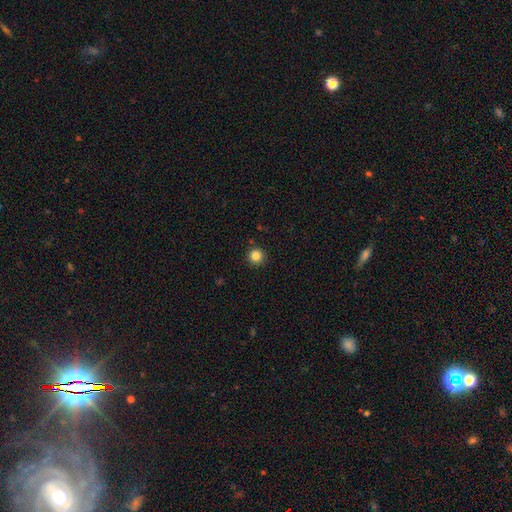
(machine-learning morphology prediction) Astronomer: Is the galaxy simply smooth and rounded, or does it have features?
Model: smooth — 85%.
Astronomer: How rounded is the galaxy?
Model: round — 95%.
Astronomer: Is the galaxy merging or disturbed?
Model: none — 91%.